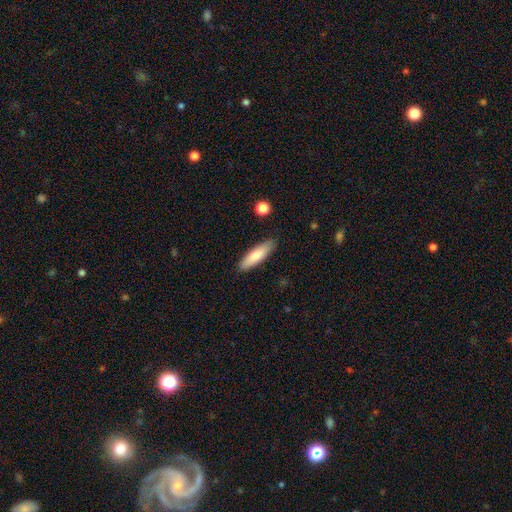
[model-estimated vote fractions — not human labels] This is likely a smooth galaxy (79%). How rounded: likely cigar-shaped (64%). Merging: clearly none (87%).